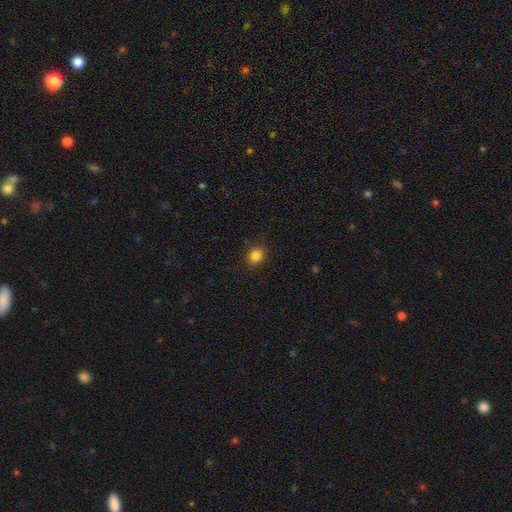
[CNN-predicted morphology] Smooth or featured? Predicted: smooth (p=0.84). How rounded? Predicted: round (p=0.81). Merging? Predicted: none (p=0.89).